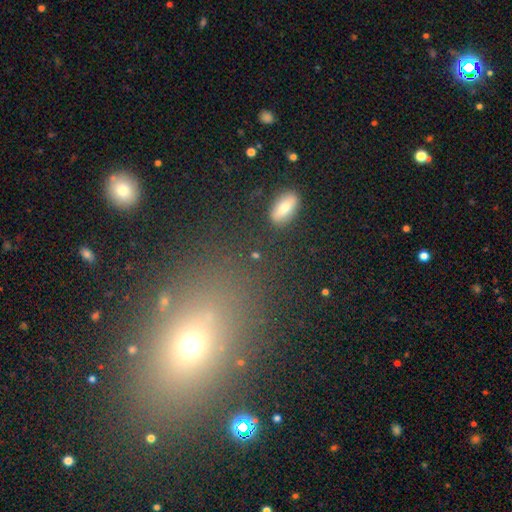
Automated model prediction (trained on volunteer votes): smooth 55%, star or artifact 29%, featured or disk 16%. Down the decision tree: how rounded — in between (73%); merging — none (78%).